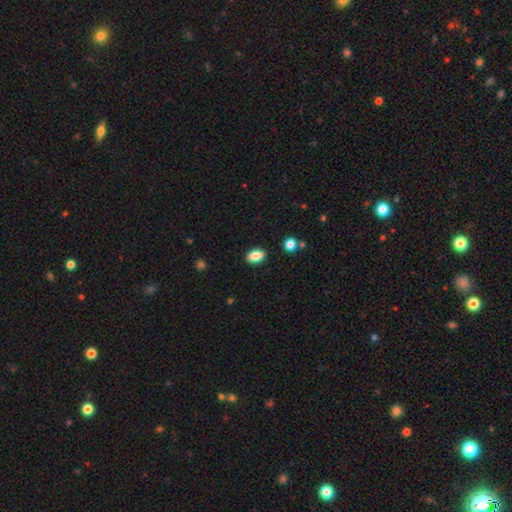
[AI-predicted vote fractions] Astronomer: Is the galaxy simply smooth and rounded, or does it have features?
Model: smooth — 86%.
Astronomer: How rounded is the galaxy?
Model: in between — 87%.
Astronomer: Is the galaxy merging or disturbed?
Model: none — 88%.